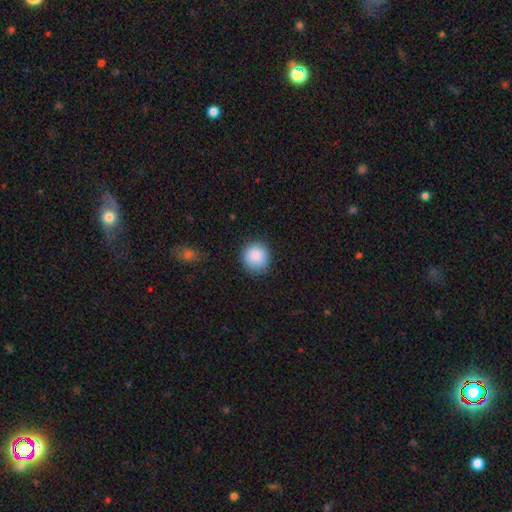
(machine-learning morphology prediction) The model was most divided on "merging": none: 85%, minor disturbance: 11%, major disturbance: 3%, merger: 1%. More confident: how rounded — round (90%); smooth or featured — smooth (89%).